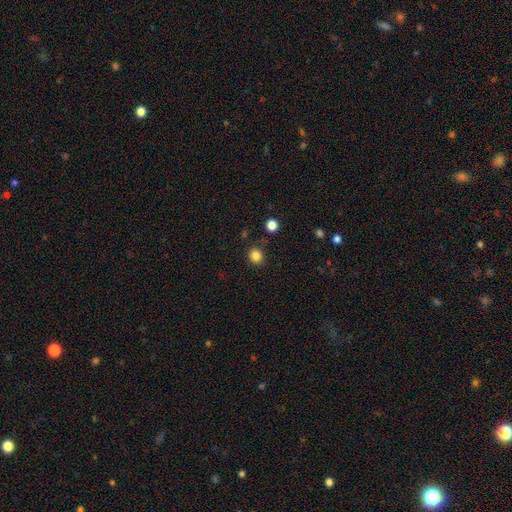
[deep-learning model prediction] The model was most divided on "how rounded": round: 84%, in between: 15%, cigar-shaped: 1%. More confident: merging — none (87%); smooth or featured — smooth (84%).